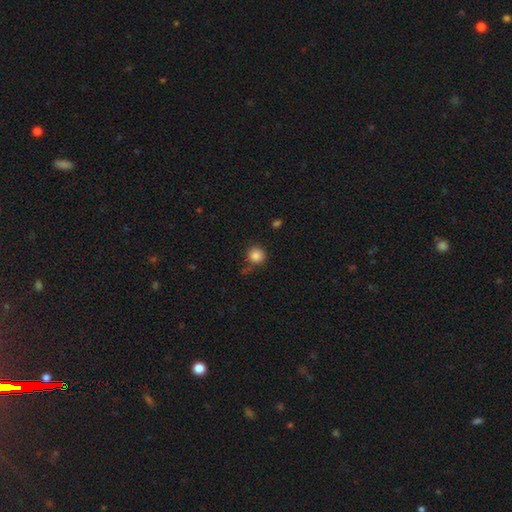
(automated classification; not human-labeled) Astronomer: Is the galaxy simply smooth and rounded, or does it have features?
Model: smooth — 86%.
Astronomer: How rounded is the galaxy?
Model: round — 93%.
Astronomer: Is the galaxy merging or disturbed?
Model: none — 79%.